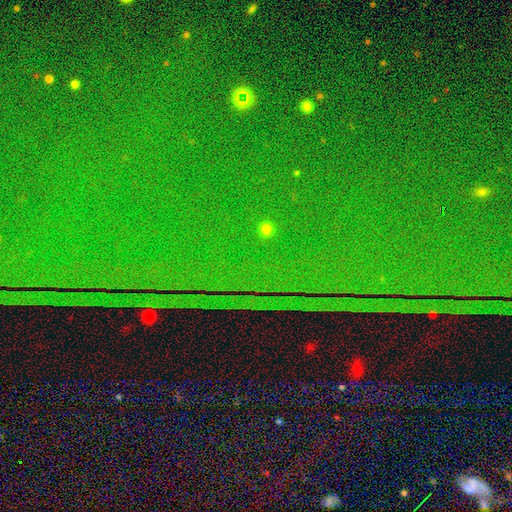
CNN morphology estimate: A star or artifact, not a galaxy (88%).